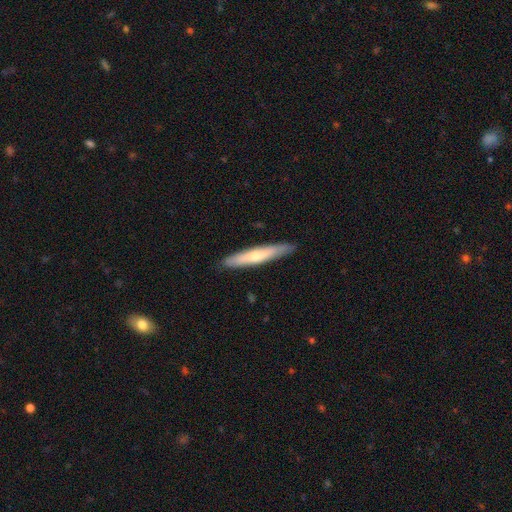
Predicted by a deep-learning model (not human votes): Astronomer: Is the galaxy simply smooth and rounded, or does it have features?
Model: smooth — 47% (runner-up: featured or disk, 46%).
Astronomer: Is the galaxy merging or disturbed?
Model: none — 89%.